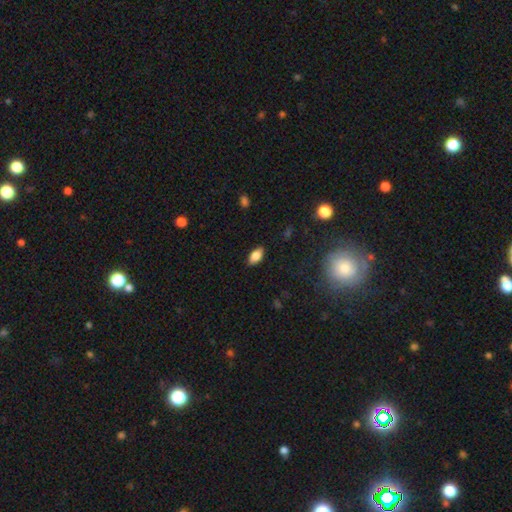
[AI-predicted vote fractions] A smooth galaxy with no disk features (83%) that is in between round and cigar-shaped (90%).

Vote fractions:
- Smooth or featured? smooth: 83% / featured or disk: 9% / star or artifact: 8%
- How rounded? in between: 90% / cigar-shaped: 6% / round: 4%
- Merging? none: 87% / minor disturbance: 10% / major disturbance: 2% / merger: 1%